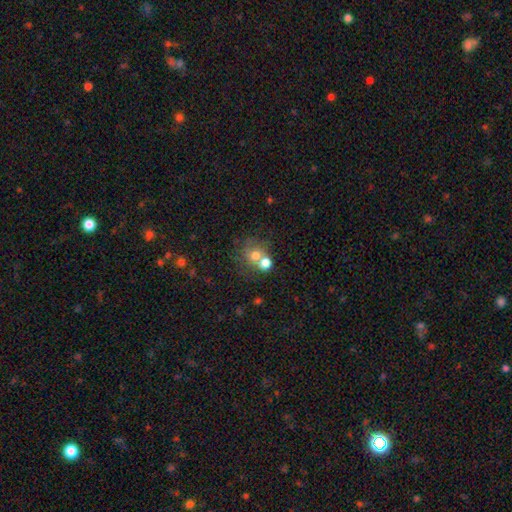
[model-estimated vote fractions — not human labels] Morphology: type=smooth (67%); roundness=round (79%); merging=merger (45%).